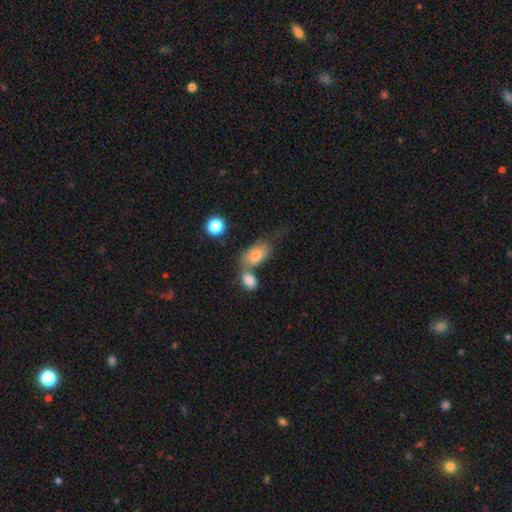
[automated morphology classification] A smooth galaxy with no disk features (77%) that is in between round and cigar-shaped (88%). Merging: merger (46%).